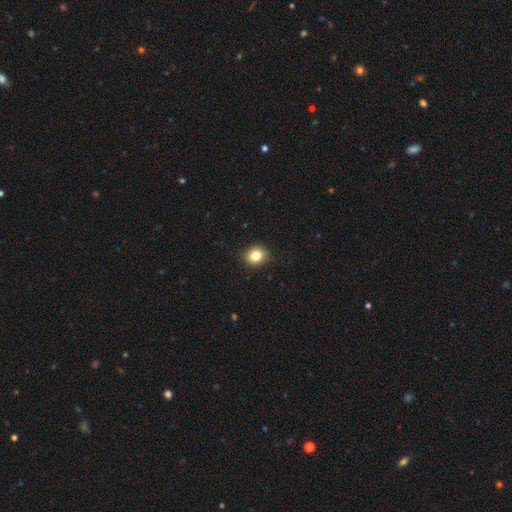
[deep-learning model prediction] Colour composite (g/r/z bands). It shows a smooth galaxy with no disk features (83%) that is round (59%). Merging: none (89%).